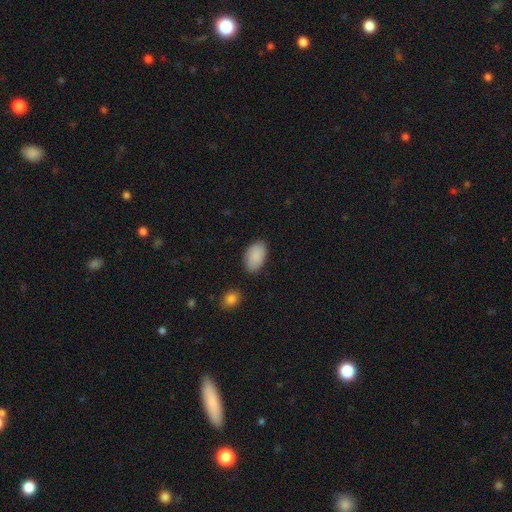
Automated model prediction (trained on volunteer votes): smooth 90%, star or artifact 6%, featured or disk 4%. Down the decision tree: how rounded — in between (94%); merging — none (82%).